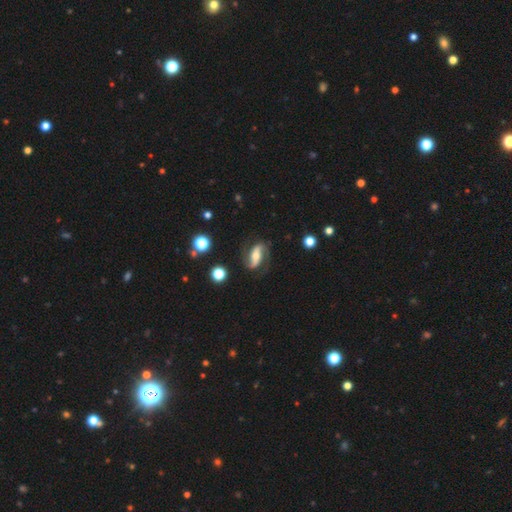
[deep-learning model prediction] This is likely a featured or disk galaxy (77%). It is clearly not viewed edge-on (91%). Bar: possibly strong (47%). Spiral arm pattern: clearly yes (92%). Spiral arm count: clearly 2 (90%). Spiral winding: marginally loose (42%). Central bulge: possibly moderate (58%). Merging: likely none (75%).